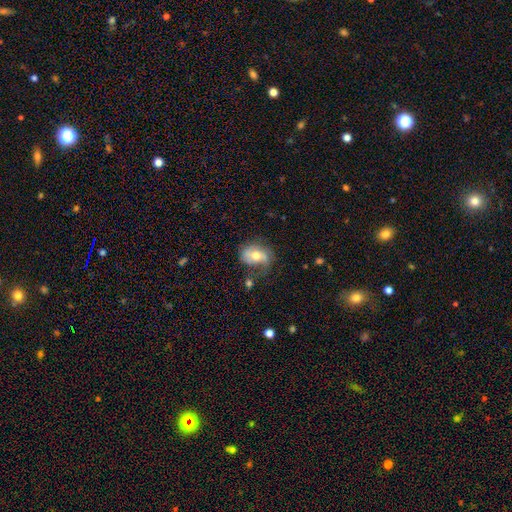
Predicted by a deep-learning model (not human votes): Q: Smooth or featured?
A: smooth (53%); runner-up: featured or disk (39%)
Q: How rounded?
A: in between (73%); runner-up: round (26%)
Q: Merging?
A: none (54%); runner-up: minor disturbance (28%)